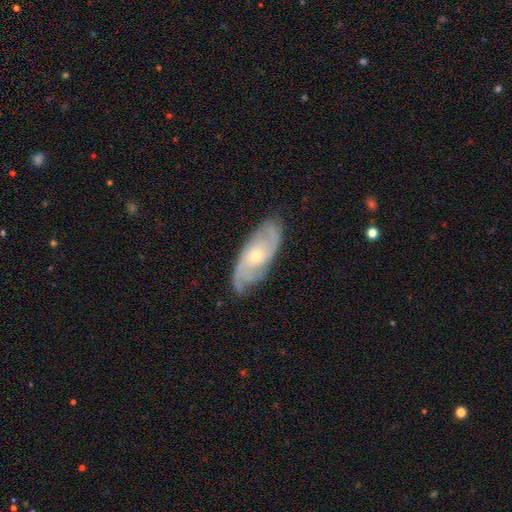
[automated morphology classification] Smooth or featured? Predicted: featured or disk (p=0.81). Edge-on disk? Predicted: no (p=0.91). Bar? Predicted: no (p=0.71). Spiral arms? Predicted: yes (p=0.94). Spiral winding? Predicted: tight (p=0.45). Spiral arm count? Predicted: 2 (p=0.42). Bulge size? Predicted: small (p=0.58). Merging? Predicted: none (p=0.77).